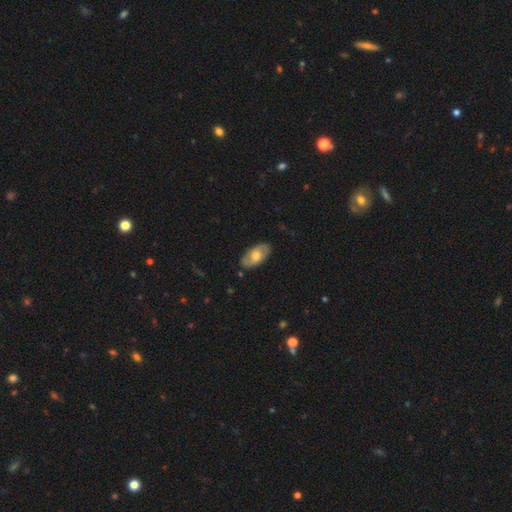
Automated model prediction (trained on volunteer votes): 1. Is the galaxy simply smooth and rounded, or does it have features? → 48% smooth, 46% featured or disk, 5% star or artifact.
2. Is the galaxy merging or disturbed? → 84% none, 12% minor disturbance, 3% major disturbance, 1% merger.